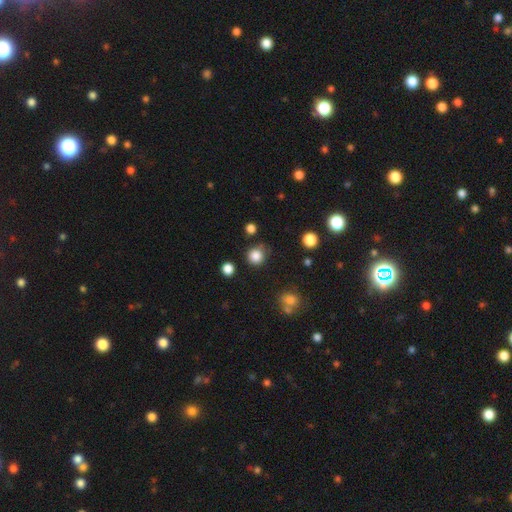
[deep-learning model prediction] Overall: smooth (84%). How rounded: round (92%). Merging: none (78%).